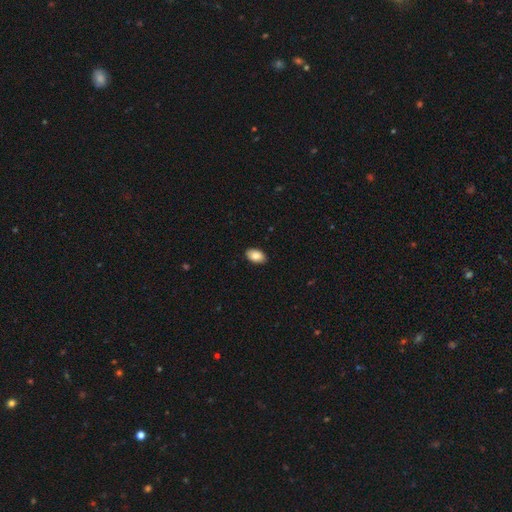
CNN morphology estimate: Smooth or featured: smooth — 87% (star or artifact — 7%)
How rounded: in between — 92% (round — 7%)
Merging: none — 89% (minor disturbance — 8%)